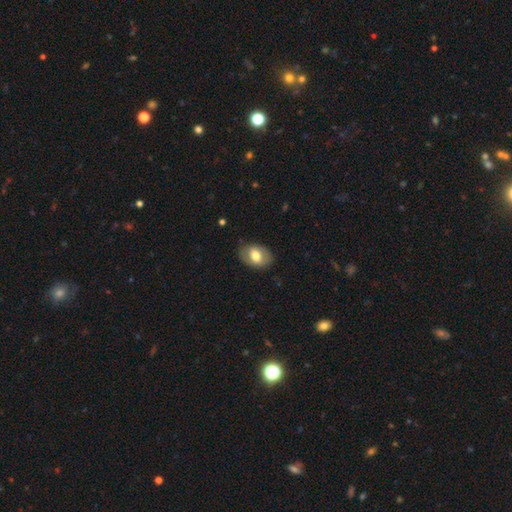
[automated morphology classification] smooth_or_featured: smooth (p=0.66) [alt: featured or disk p=0.27]
how_rounded: in between (p=0.81) [alt: round p=0.18]
merging: none (p=0.80) [alt: minor disturbance p=0.15]